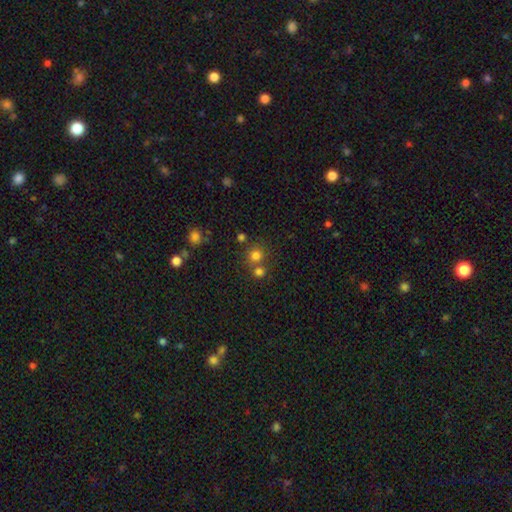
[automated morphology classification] A smooth galaxy with no disk features (75%) that is round (90%).

Vote fractions:
- Smooth or featured? smooth: 75% / star or artifact: 17% / featured or disk: 8%
- How rounded? round: 90% / in between: 9% / cigar-shaped: 1%
- Merging? none: 63% / merger: 27% / minor disturbance: 7% / major disturbance: 3%